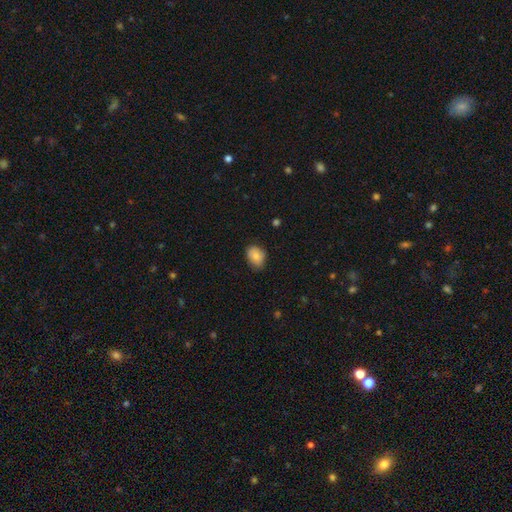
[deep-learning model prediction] A smooth galaxy with no disk features (84%) that is in between round and cigar-shaped (70%).

Vote fractions:
- Smooth or featured? smooth: 84% / featured or disk: 9% / star or artifact: 8%
- How rounded? in between: 70% / round: 29% / cigar-shaped: 1%
- Merging? none: 70% / minor disturbance: 25% / major disturbance: 4% / merger: 1%